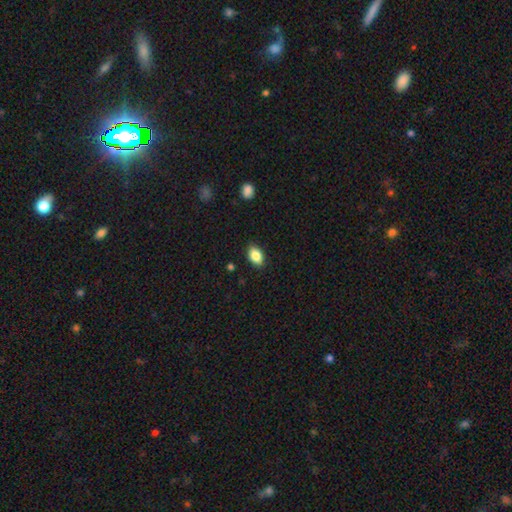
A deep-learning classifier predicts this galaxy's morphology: Q: Smooth or featured?
A: smooth (86%); runner-up: star or artifact (8%)
Q: How rounded?
A: in between (87%); runner-up: round (11%)
Q: Merging?
A: none (87%); runner-up: minor disturbance (10%)